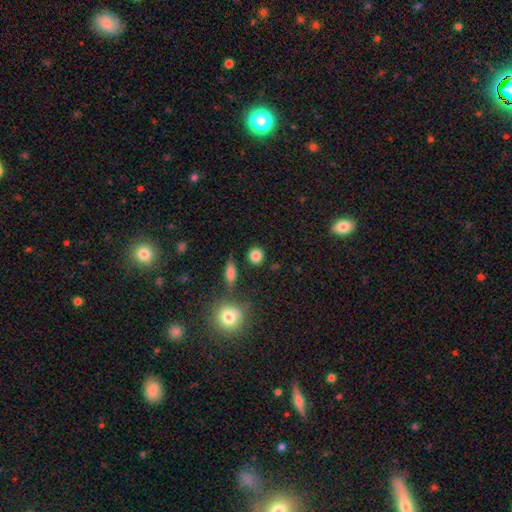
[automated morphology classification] Smooth or featured? smooth (85%)
How rounded? round (87%)
Merging? none (85%)